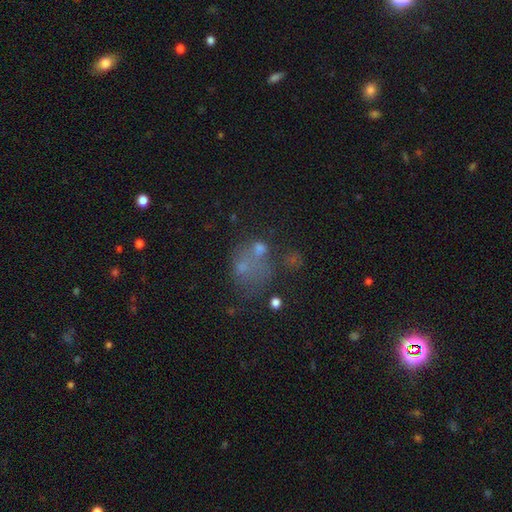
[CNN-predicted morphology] Smooth or featured? Predicted: smooth (p=0.43). Merging? Predicted: none (p=0.36).